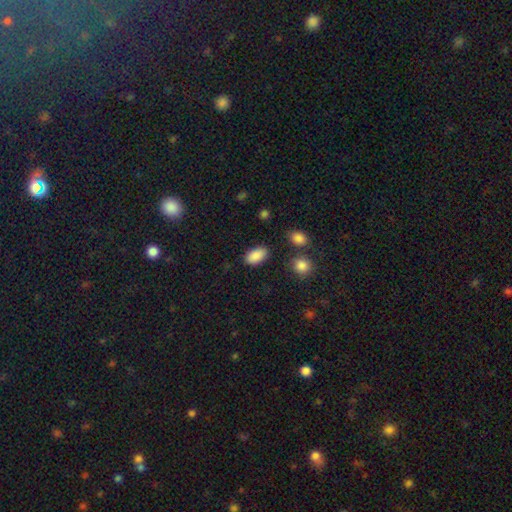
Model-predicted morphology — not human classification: A smooth galaxy with no disk features (88%) that is in between round and cigar-shaped (93%).

Vote fractions:
- Smooth or featured? smooth: 88% / star or artifact: 8% / featured or disk: 4%
- How rounded? in between: 93% / round: 5% / cigar-shaped: 2%
- Merging? none: 83% / minor disturbance: 11% / major disturbance: 3% / merger: 3%